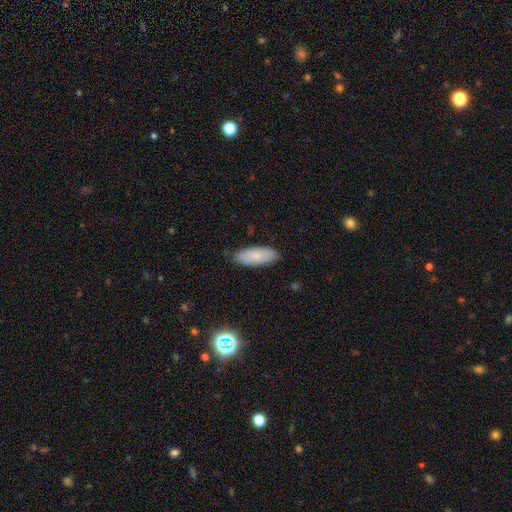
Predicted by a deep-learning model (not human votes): smooth_or_featured: smooth (p=0.82) [alt: featured or disk p=0.12]
how_rounded: in between (p=0.76) [alt: cigar-shaped p=0.22]
merging: none (p=0.85) [alt: minor disturbance p=0.12]